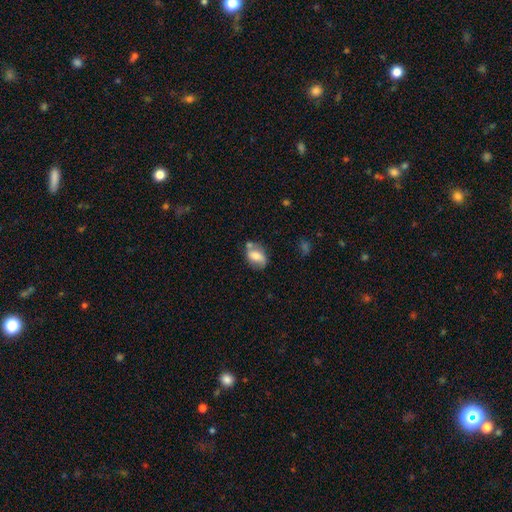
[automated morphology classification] This appears to be a smooth galaxy with no disk features (63%) that is in between round and cigar-shaped (78%). Merging: none (51%).